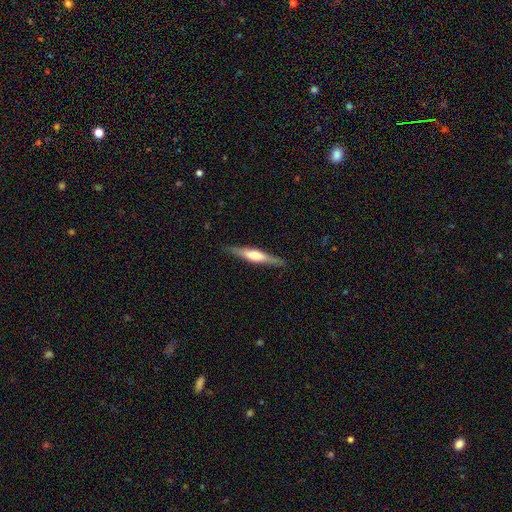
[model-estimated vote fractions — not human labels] Smooth or featured: featured or disk — 58% (smooth — 37%)
Edge-on disk: yes — 96% (no — 4%)
Edge-on bulge: rounded — 57% (boxy — 32%)
Merging: none — 88% (minor disturbance — 9%)